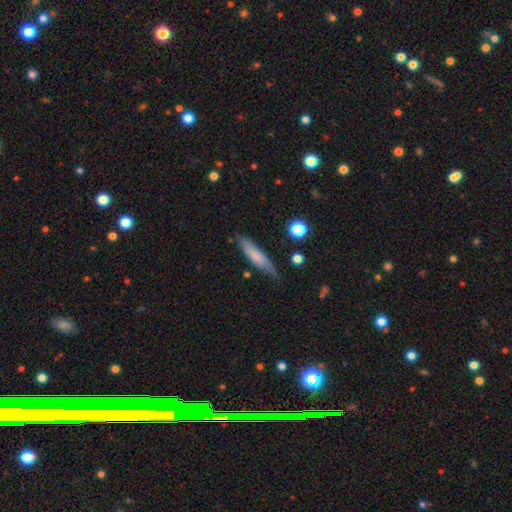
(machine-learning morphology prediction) Smooth or featured: smooth — 67% (featured or disk — 27%)
How rounded: cigar-shaped — 78% (in between — 20%)
Merging: none — 69% (minor disturbance — 24%)